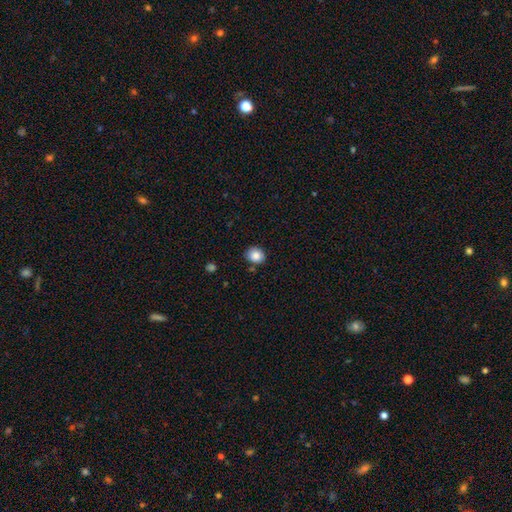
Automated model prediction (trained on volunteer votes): smooth 86%, star or artifact 9%, featured or disk 5%. Down the decision tree: how rounded — round (66%); merging — none (84%).